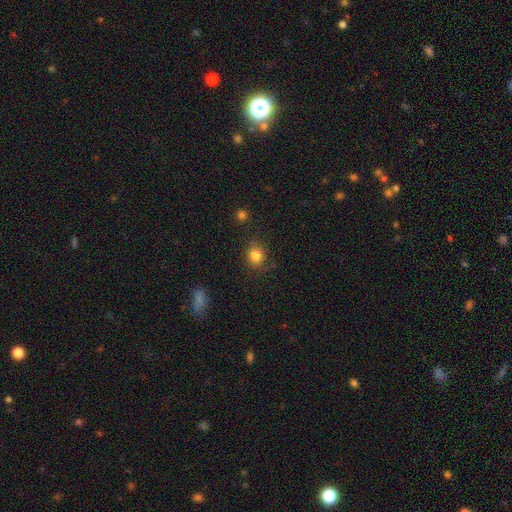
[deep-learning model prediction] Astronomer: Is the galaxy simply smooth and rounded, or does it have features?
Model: smooth — 83%.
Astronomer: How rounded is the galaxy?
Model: round — 78%.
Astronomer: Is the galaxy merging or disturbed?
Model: none — 80%.